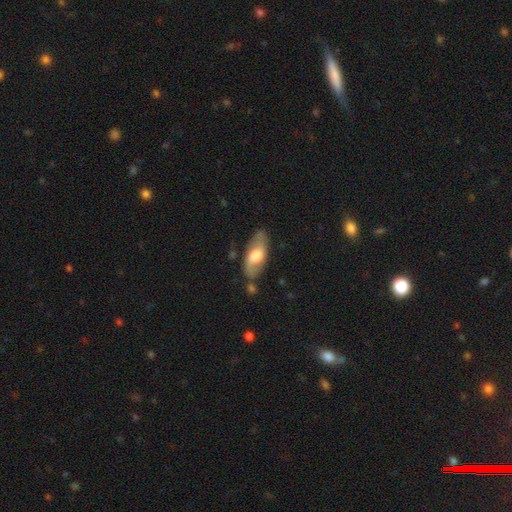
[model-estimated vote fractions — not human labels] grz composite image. It shows a featured or disk galaxy (50%). Merging: none (71%).